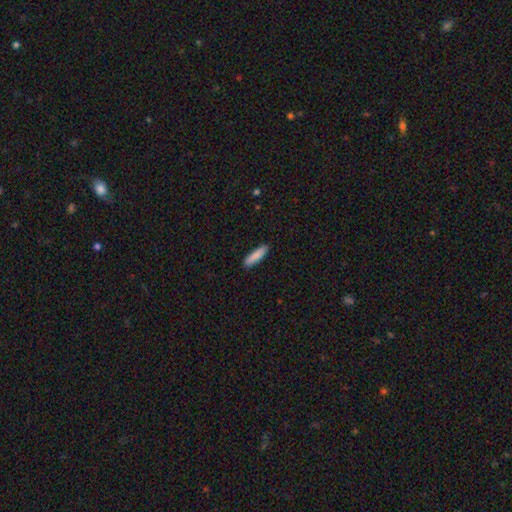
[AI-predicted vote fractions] A smooth galaxy with no disk features (87%) that is cigar-shaped (76%). Merging: none (89%).